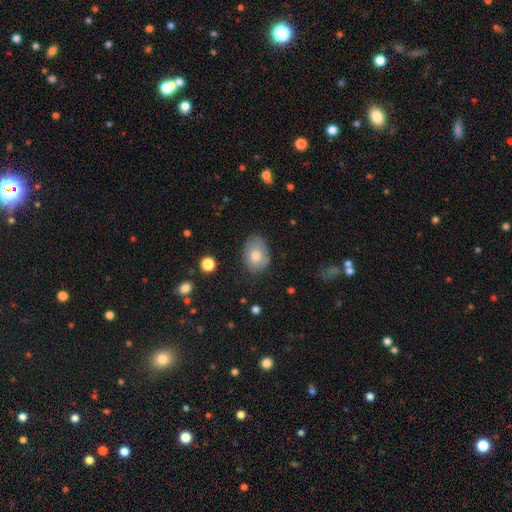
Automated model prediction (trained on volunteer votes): Overall: smooth (74%). How rounded: in between (81%). Merging: none (73%).